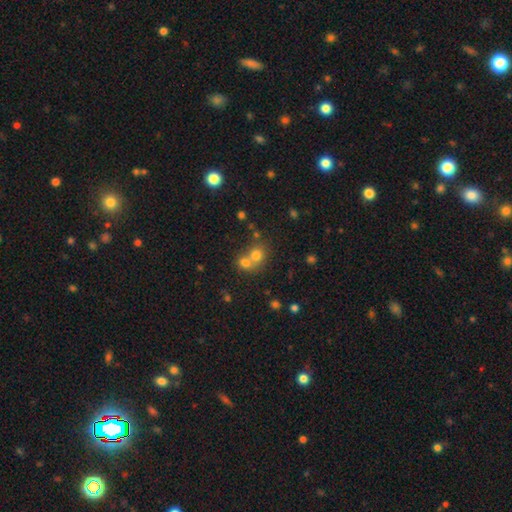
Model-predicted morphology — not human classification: Smooth or featured?
  - smooth: 72% *
  - star or artifact: 16%
  - featured or disk: 12%
How rounded?
  - round: 78% *
  - in between: 21%
  - cigar-shaped: 1%
Merging?
  - merger: 58% *
  - none: 35%
  - minor disturbance: 5%
  - major disturbance: 2%